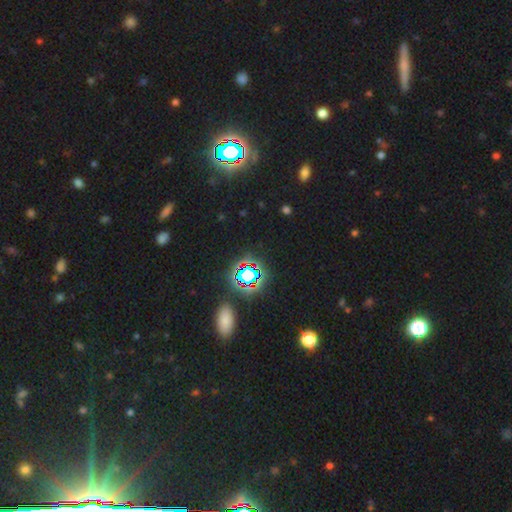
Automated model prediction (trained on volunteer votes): Smooth or featured?
  - star or artifact: 73% *
  - smooth: 18%
  - featured or disk: 8%